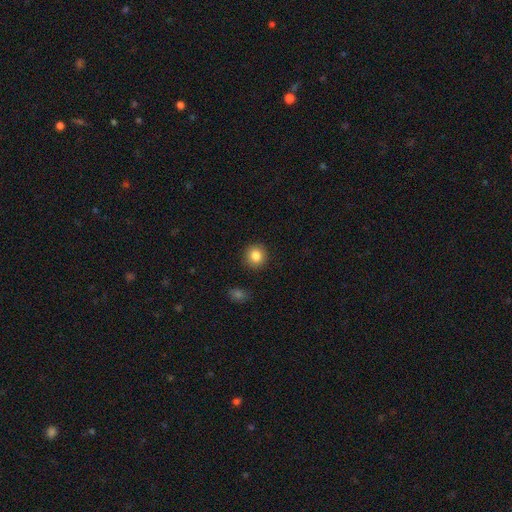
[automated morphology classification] smooth-or-featured: smooth: 84% | star or artifact: 10% | featured or disk: 6%
  how-rounded: round: 92% | in between: 7% | cigar-shaped: 1%
  merging: none: 91% | minor disturbance: 6% | major disturbance: 2% | merger: 1%